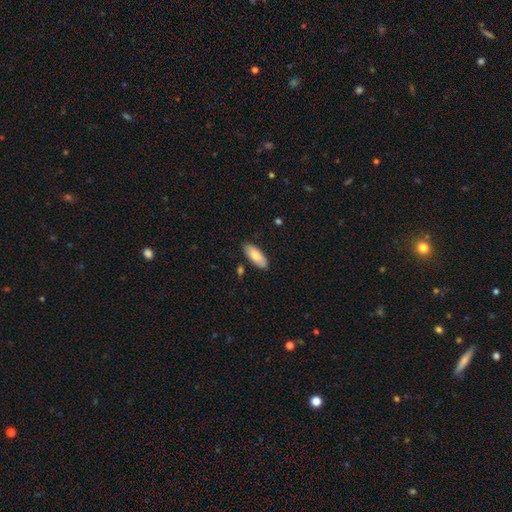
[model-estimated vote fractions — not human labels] This is clearly a smooth galaxy (80%). How rounded: clearly in between (81%). Merging: clearly none (84%).